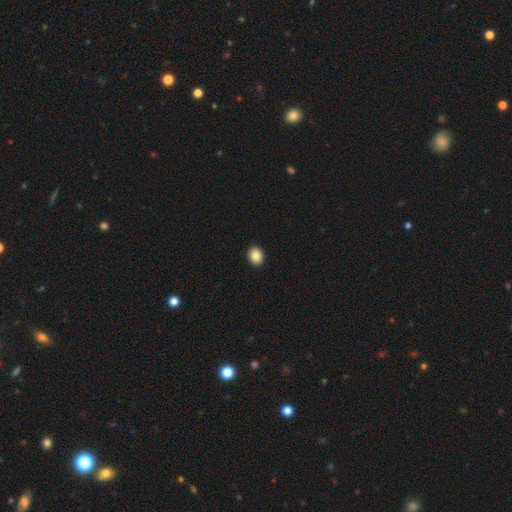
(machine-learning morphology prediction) This appears to be a smooth galaxy with no disk features (86%) that is round (55%). Merging: none (92%).